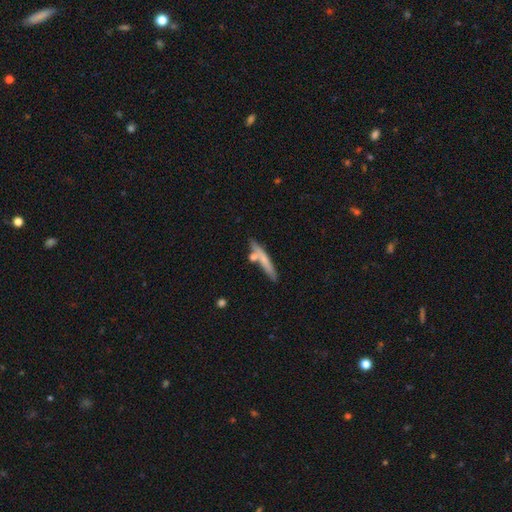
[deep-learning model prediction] This appears to be a smooth galaxy with no disk features (62%) that is cigar-shaped (88%). Merging: none (67%).